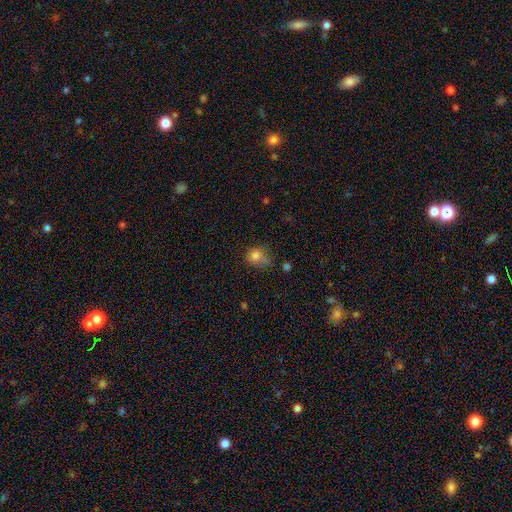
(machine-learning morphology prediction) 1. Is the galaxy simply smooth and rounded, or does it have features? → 78% smooth, 12% star or artifact, 10% featured or disk.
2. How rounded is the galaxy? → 57% round, 41% in between, 1% cigar-shaped.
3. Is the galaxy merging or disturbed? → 37% none, 33% minor disturbance, 20% major disturbance, 10% merger.